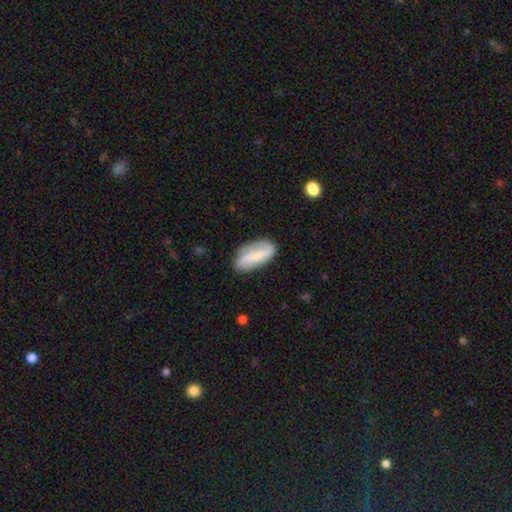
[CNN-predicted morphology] Smooth or featured? Predicted: featured or disk (p=0.54). Edge-on disk? Predicted: no (p=0.91). Merging? Predicted: none (p=0.75).